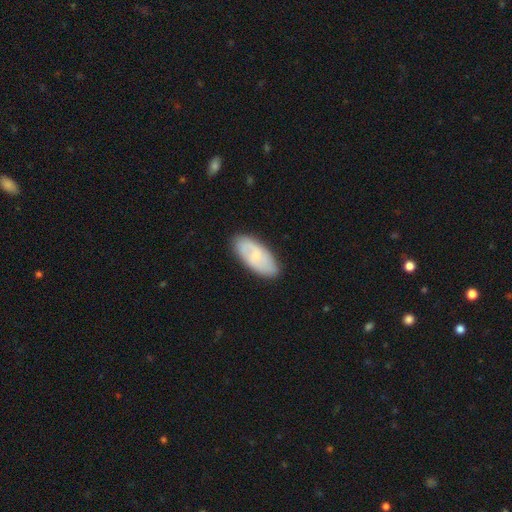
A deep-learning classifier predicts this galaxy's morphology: type=smooth (53%); roundness=in between (85%); merging=none (85%).